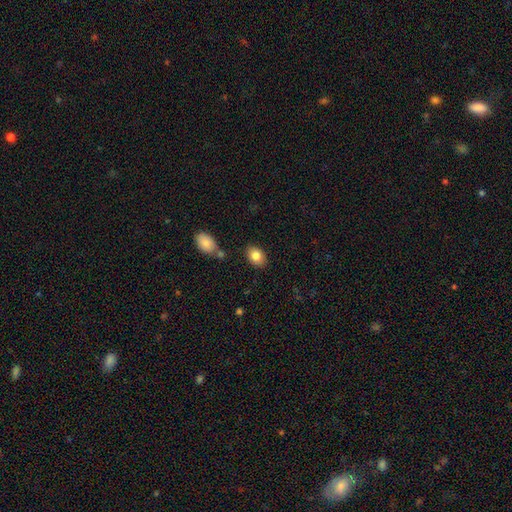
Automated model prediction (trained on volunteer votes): A smooth galaxy with no disk features (84%) that is in between round and cigar-shaped (79%). Merging: none (82%).